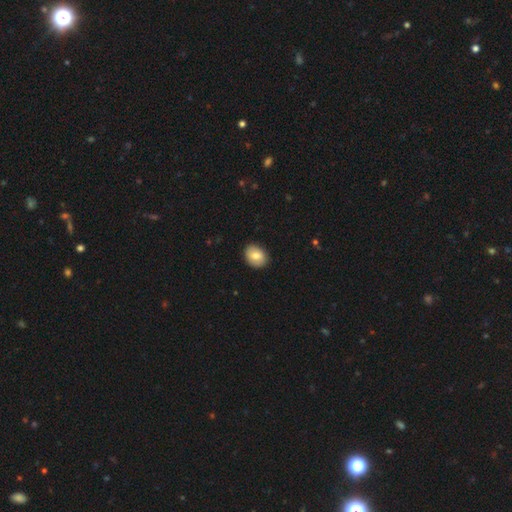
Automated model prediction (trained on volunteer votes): A smooth galaxy with no disk features (78%) that is in between round and cigar-shaped (55%). Merging: none (89%).